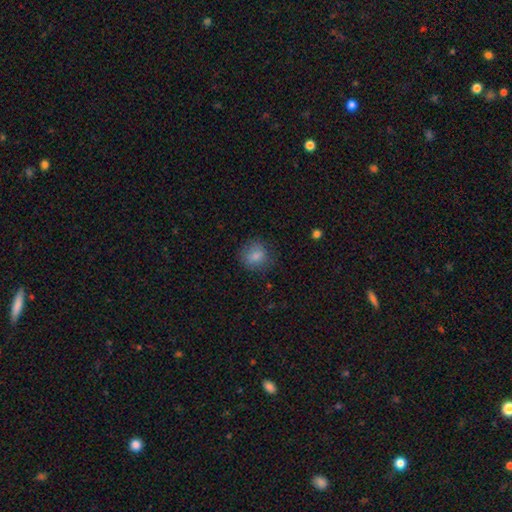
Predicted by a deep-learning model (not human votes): Smooth or featured? Predicted: smooth (p=0.81). How rounded? Predicted: round (p=0.70). Merging? Predicted: none (p=0.78).